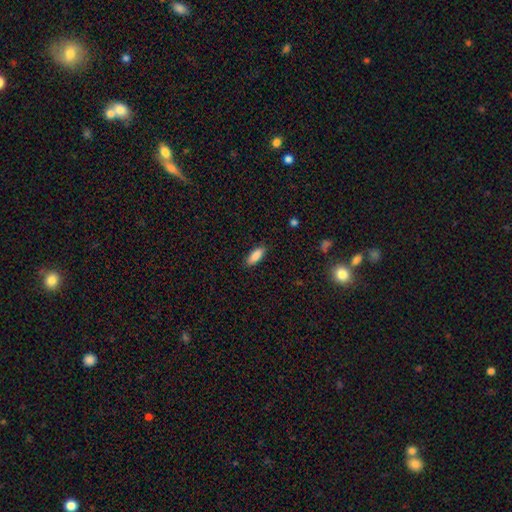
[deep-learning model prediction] A smooth galaxy with no disk features (87%) that is in between round and cigar-shaped (76%). Merging: none (87%).